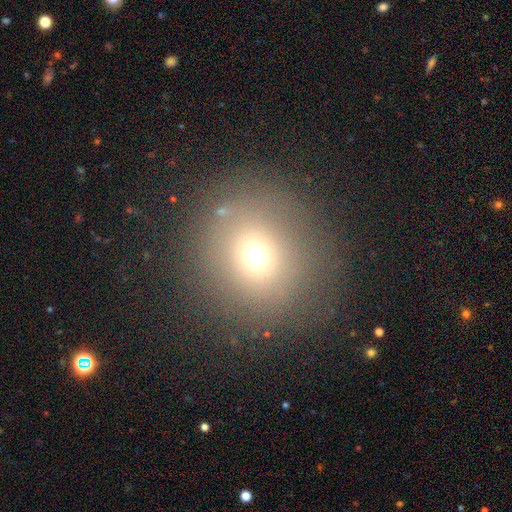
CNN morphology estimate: Overall: smooth (67%). How rounded: round (89%). Merging: none (82%).